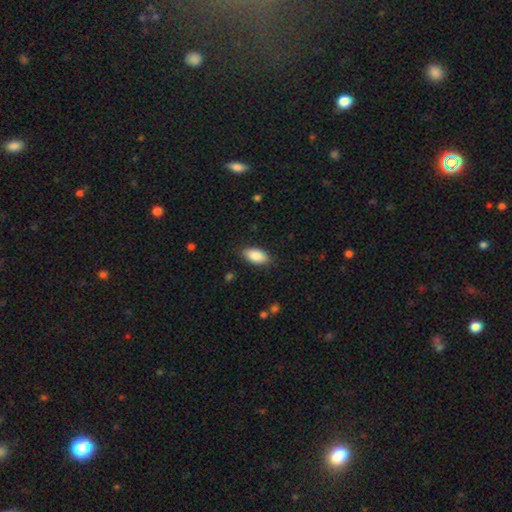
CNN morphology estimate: Smooth or featured? Predicted: smooth (p=0.88). How rounded? Predicted: in between (p=0.93). Merging? Predicted: none (p=0.85).